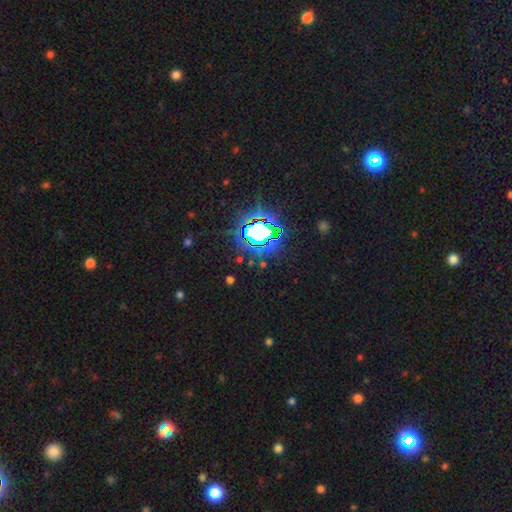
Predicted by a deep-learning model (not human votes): Q: Smooth or featured?
A: star or artifact (84%); runner-up: smooth (10%)